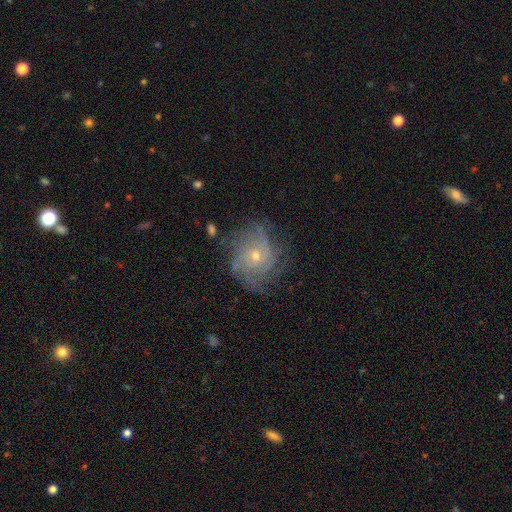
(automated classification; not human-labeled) A featured or disk galaxy (74%) with no bar (82%), tight (51%) spiral arms (90%) and a small central bulge (63%).

Vote fractions:
- Smooth or featured? featured or disk: 74% / smooth: 15% / star or artifact: 11%
- Edge-on disk? no: 97% / yes: 3%
- Bar? no: 82% / weak: 16% / strong: 3%
- Spiral arms? yes: 90% / no: 10%
- Spiral winding? tight: 51% / medium: 33% / loose: 16%
- Spiral arm count? can't tell: 40% / 4: 18% / 3: 15% / more than 4: 11% / 2: 11% / 1: 6%
- Bulge size? small: 63% / moderate: 34% / large: 1% / none: 1% / dominant: 1%
- Merging? none: 70% / minor disturbance: 18% / major disturbance: 10% / merger: 2%